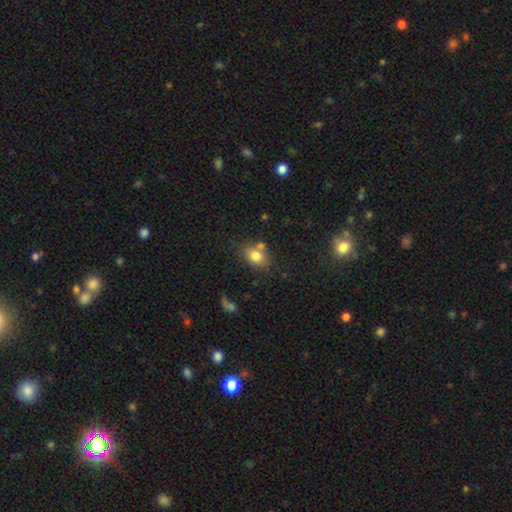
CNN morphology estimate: smooth-or-featured: smooth: 79% | featured or disk: 10% | star or artifact: 10%
  how-rounded: in between: 67% | round: 32% | cigar-shaped: 1%
  merging: none: 62% | merger: 19% | minor disturbance: 15% | major disturbance: 5%